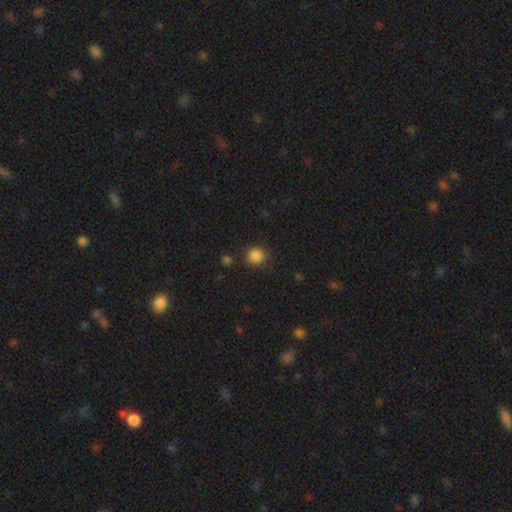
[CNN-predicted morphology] A smooth galaxy with no disk features (85%) that is round (92%).

Vote fractions:
- Smooth or featured? smooth: 85% / star or artifact: 12% / featured or disk: 3%
- How rounded? round: 92% / in between: 7% / cigar-shaped: 1%
- Merging? none: 86% / minor disturbance: 9% / major disturbance: 3% / merger: 2%